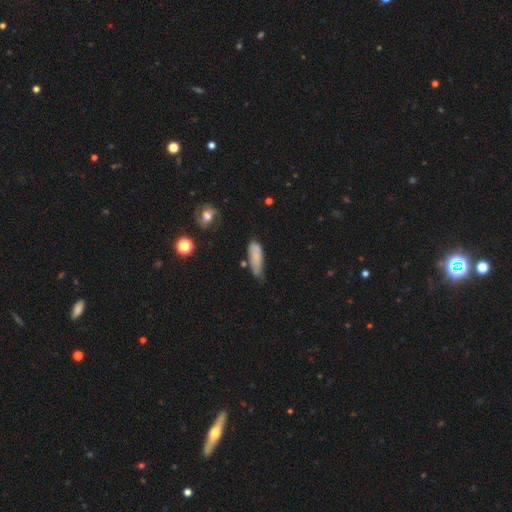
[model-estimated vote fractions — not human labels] This is likely a smooth galaxy (77%). How rounded: possibly in between (50%). Merging: marginally none (43%).